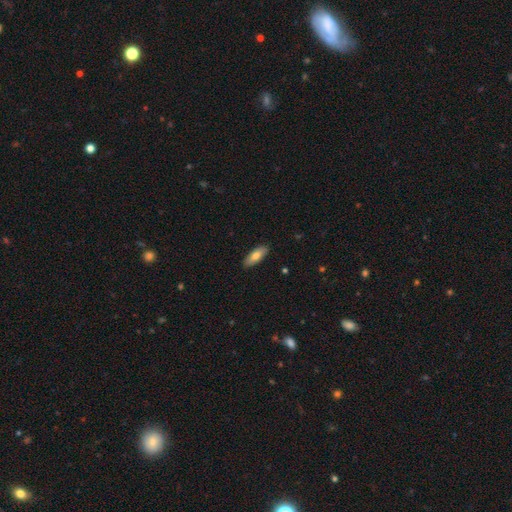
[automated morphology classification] This is likely a smooth galaxy (74%). How rounded: likely in between (74%). Merging: clearly none (89%).